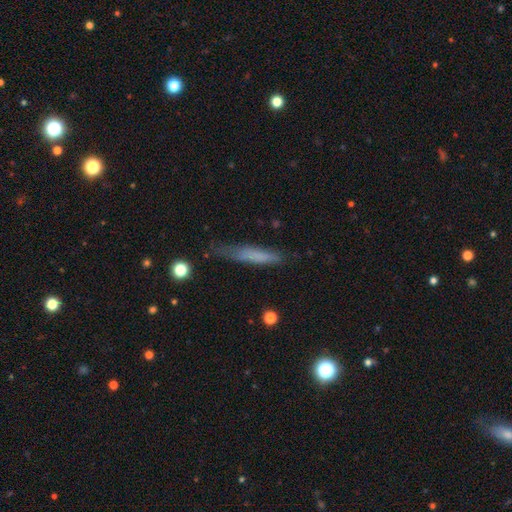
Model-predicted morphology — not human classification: smooth-or-featured: smooth: 66% | featured or disk: 25% | star or artifact: 8%
  how-rounded: cigar-shaped: 90% | in between: 8% | round: 2%
  merging: none: 65% | minor disturbance: 25% | major disturbance: 7% | merger: 2%